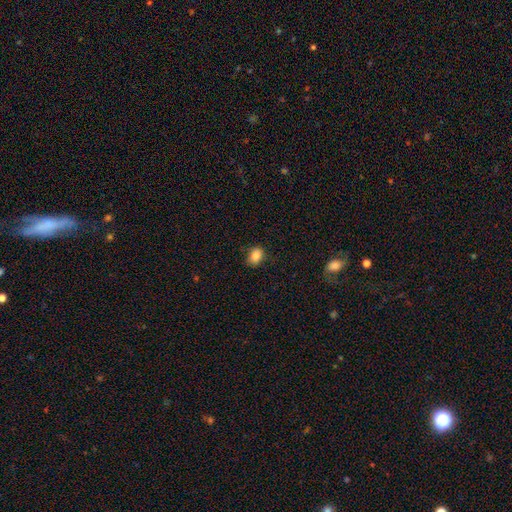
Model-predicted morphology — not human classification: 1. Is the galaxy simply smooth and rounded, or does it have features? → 85% smooth, 10% star or artifact, 5% featured or disk.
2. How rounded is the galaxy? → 59% in between, 40% round, 1% cigar-shaped.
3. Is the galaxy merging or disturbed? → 83% none, 13% minor disturbance, 3% major disturbance, 1% merger.